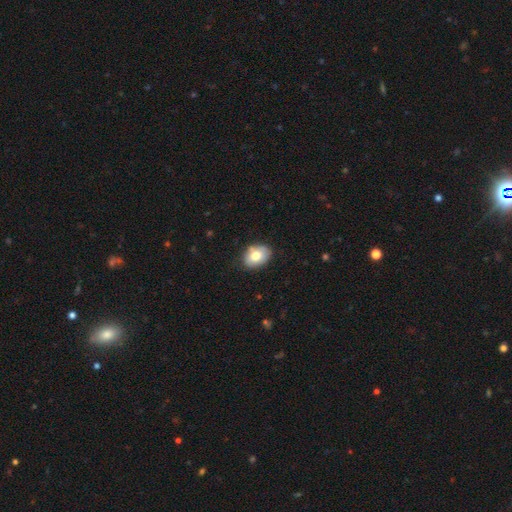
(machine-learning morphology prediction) This appears to be a smooth galaxy with no disk features (76%) that is in between round and cigar-shaped (77%). Merging: none (79%).